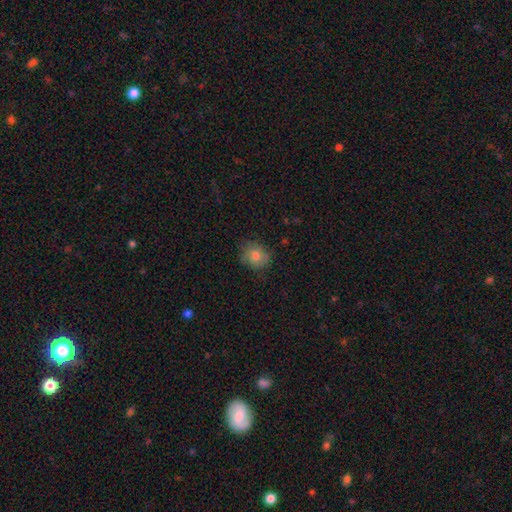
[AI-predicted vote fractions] smooth_or_featured: smooth (p=0.78) [alt: featured or disk p=0.11]
how_rounded: round (p=0.72) [alt: in between p=0.27]
merging: none (p=0.77) [alt: minor disturbance p=0.18]